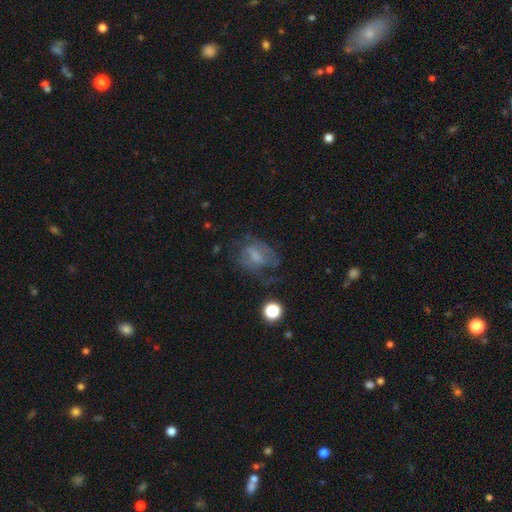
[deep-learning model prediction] A featured or disk galaxy (54%) with a weak bar (44%), spiral arms (60%) and no central bulge (33%). Merging: none (45%).